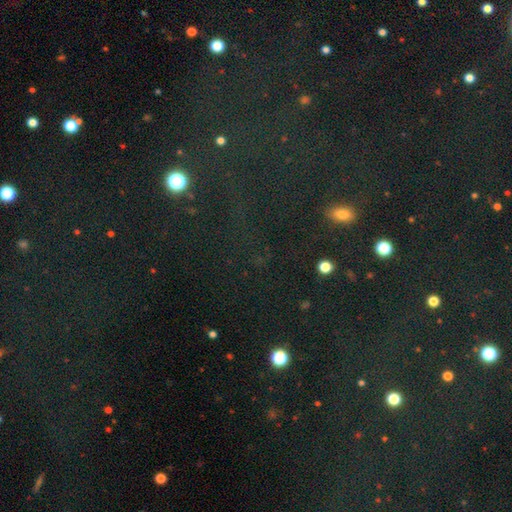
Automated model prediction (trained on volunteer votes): This is likely a star or artifact rather than a galaxy (69%).